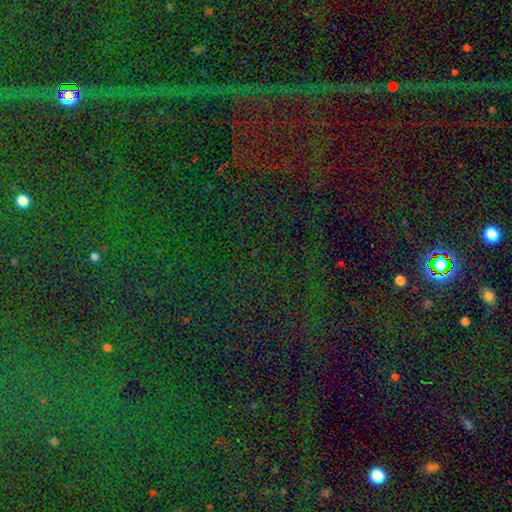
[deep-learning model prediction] A star or artifact, not a galaxy (83%).